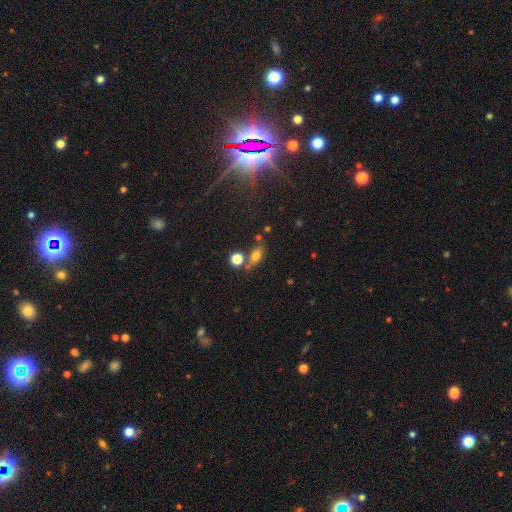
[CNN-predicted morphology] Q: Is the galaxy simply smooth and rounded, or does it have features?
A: smooth — 73%.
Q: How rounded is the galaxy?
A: in between — 73%.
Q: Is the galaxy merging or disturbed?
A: none — 63%.